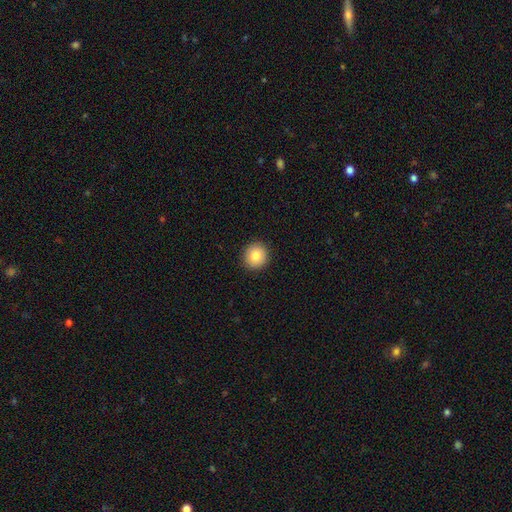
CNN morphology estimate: This appears to be a smooth galaxy with no disk features (83%) that is round (92%). Merging: none (92%).